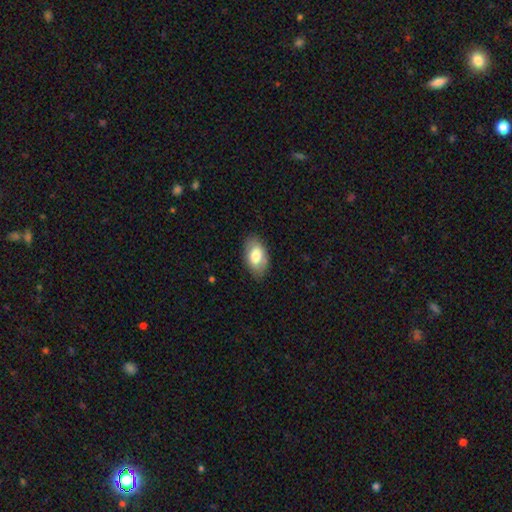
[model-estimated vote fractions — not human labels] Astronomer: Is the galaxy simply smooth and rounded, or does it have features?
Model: smooth — 75%.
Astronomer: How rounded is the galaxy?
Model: in between — 93%.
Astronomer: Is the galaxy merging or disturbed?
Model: none — 80%.